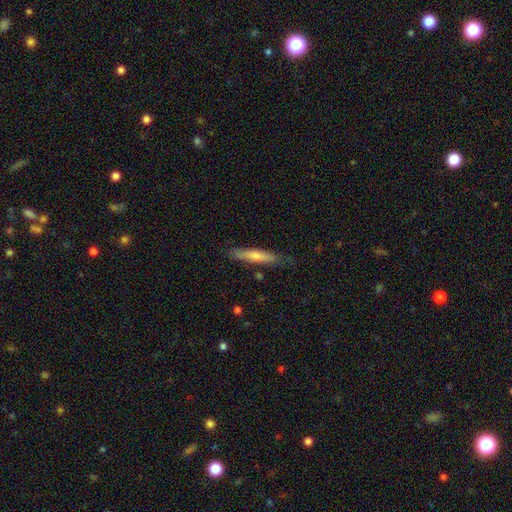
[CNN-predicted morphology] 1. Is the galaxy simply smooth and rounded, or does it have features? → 50% featured or disk, 41% smooth, 9% star or artifact.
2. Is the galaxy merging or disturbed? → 86% none, 11% minor disturbance, 2% major disturbance, 1% merger.